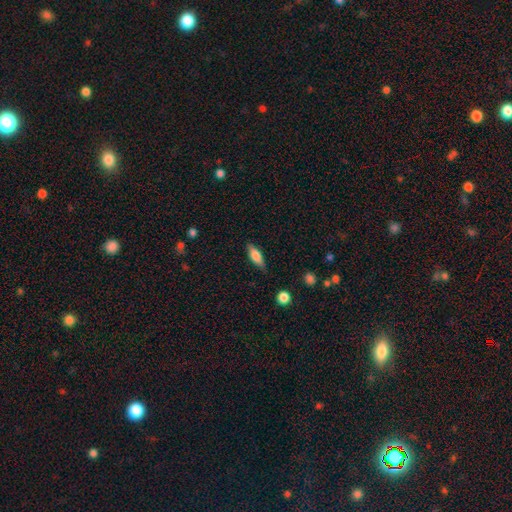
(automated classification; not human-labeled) Q: Smooth or featured?
A: smooth (70%); runner-up: featured or disk (23%)
Q: How rounded?
A: in between (58%); runner-up: cigar-shaped (39%)
Q: Merging?
A: none (82%); runner-up: minor disturbance (14%)